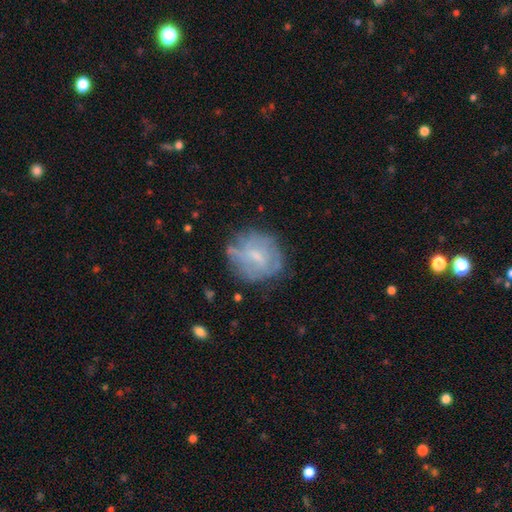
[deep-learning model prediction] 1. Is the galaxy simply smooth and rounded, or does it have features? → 54% featured or disk, 37% smooth, 9% star or artifact.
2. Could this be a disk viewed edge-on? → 97% no, 3% yes.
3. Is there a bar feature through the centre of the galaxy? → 46% weak, 45% no, 9% strong.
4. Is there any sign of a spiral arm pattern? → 53% yes, 47% no.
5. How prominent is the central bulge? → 51% small, 29% moderate, 17% none, 2% large, 1% dominant.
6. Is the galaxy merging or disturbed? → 67% none, 21% minor disturbance, 10% major disturbance, 2% merger.